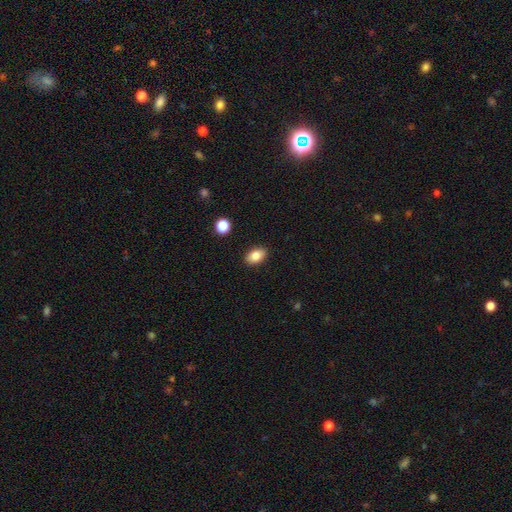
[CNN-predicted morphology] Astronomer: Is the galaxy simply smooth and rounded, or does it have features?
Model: smooth — 84%.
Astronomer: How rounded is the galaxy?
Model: in between — 86%.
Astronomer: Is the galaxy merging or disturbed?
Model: none — 89%.